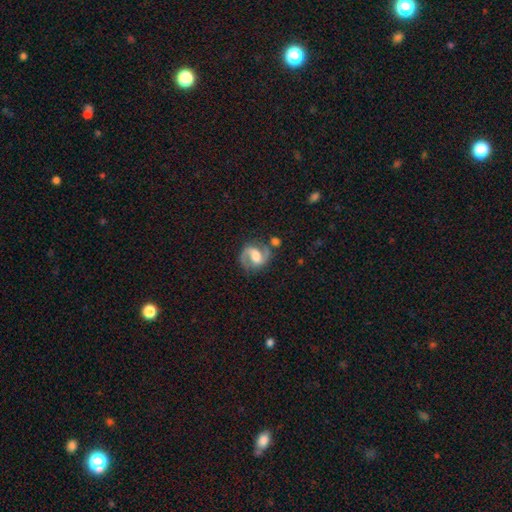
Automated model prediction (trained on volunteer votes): Smooth or featured?
  - featured or disk: 83% *
  - smooth: 11%
  - star or artifact: 6%
Edge-on disk?
  - no: 98% *
  - yes: 2%
Bar?
  - weak: 48% *
  - strong: 28%
  - no: 24%
Spiral arms?
  - yes: 95% *
  - no: 5%
Spiral winding?
  - medium: 57% *
  - loose: 24%
  - tight: 19%
Spiral arm count?
  - 2: 91% *
  - 1: 3%
  - can't tell: 3%
  - 3: 1%
  - 4: 1%
  - more than 4: 1%
Bulge size?
  - moderate: 52% *
  - large: 25%
  - small: 15%
  - none: 6%
  - dominant: 2%
Merging?
  - none: 69% *
  - minor disturbance: 16%
  - merger: 8%
  - major disturbance: 7%